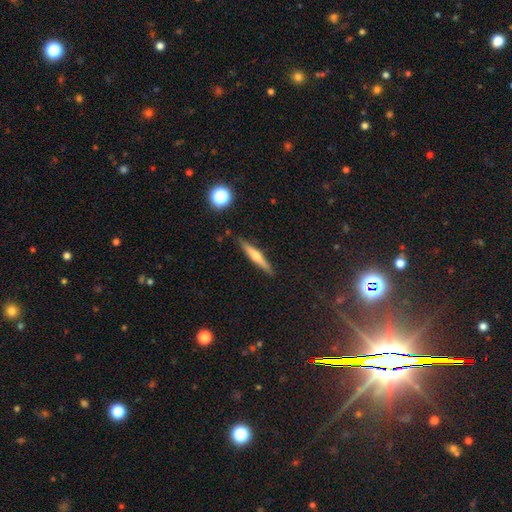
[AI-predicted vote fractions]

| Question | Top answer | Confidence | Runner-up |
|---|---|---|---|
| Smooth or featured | featured or disk | 55% | smooth (37%) |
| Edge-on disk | yes | 97% | no (3%) |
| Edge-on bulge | rounded | 81% | none (12%) |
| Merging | none | 88% | minor disturbance (9%) |